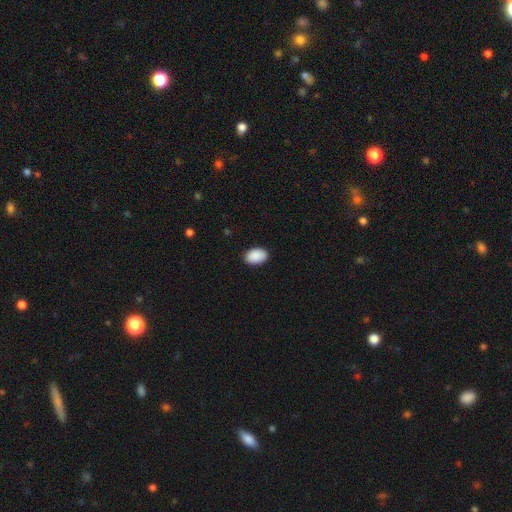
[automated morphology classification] smooth_or_featured: smooth (p=0.91) [alt: star or artifact p=0.06]
how_rounded: in between (p=0.88) [alt: round p=0.11]
merging: none (p=0.89) [alt: minor disturbance p=0.08]